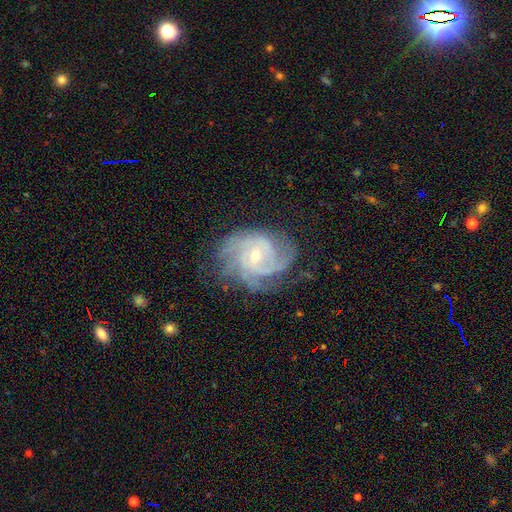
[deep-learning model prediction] Smooth or featured? Predicted: featured or disk (p=0.89). Edge-on disk? Predicted: no (p=0.98). Bar? Predicted: no (p=0.57). Spiral arms? Predicted: yes (p=0.97). Spiral winding? Predicted: tight (p=0.56). Spiral arm count? Predicted: 3 (p=0.30). Bulge size? Predicted: small (p=0.65). Merging? Predicted: none (p=0.68).